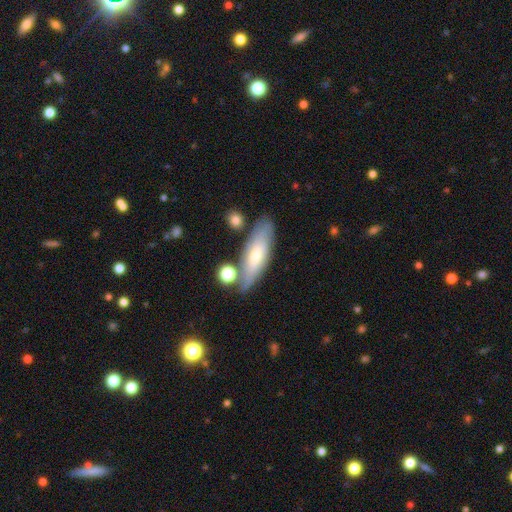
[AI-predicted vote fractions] Smooth or featured: smooth — 53% (featured or disk — 40%)
How rounded: cigar-shaped — 52% (in between — 46%)
Merging: none — 73% (minor disturbance — 15%)